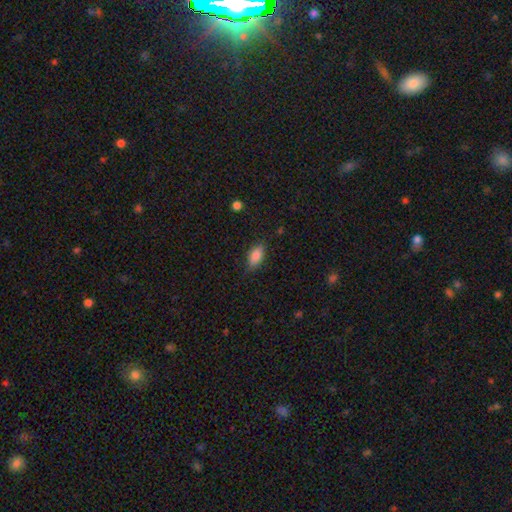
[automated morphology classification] The model was most divided on "merging": none: 77%, minor disturbance: 18%, major disturbance: 4%, merger: 1%. More confident: how rounded — in between (86%); smooth or featured — smooth (82%).